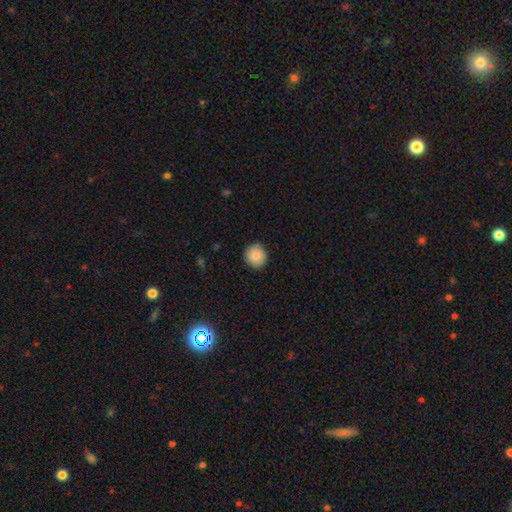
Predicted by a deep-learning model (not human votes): A smooth galaxy with no disk features (86%) that is round (92%).

Vote fractions:
- Smooth or featured? smooth: 86% / star or artifact: 8% / featured or disk: 6%
- How rounded? round: 92% / in between: 7% / cigar-shaped: 1%
- Merging? none: 85% / minor disturbance: 12% / major disturbance: 2% / merger: 1%